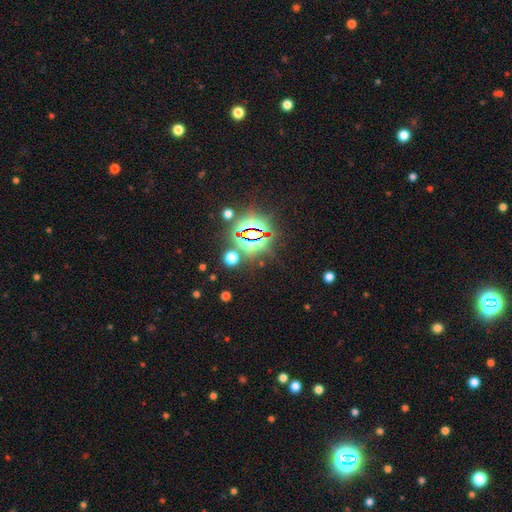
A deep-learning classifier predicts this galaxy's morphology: smooth_or_featured: star or artifact (p=0.83) [alt: smooth p=0.10]